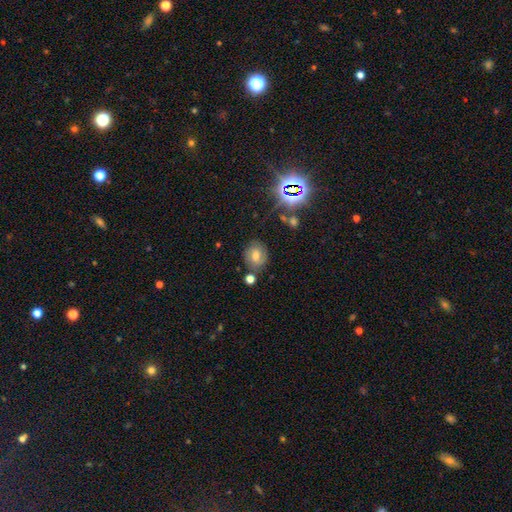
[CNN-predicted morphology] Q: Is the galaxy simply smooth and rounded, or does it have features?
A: smooth — 50%.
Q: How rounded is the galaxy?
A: round — 61%.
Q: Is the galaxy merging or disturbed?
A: none — 75%.